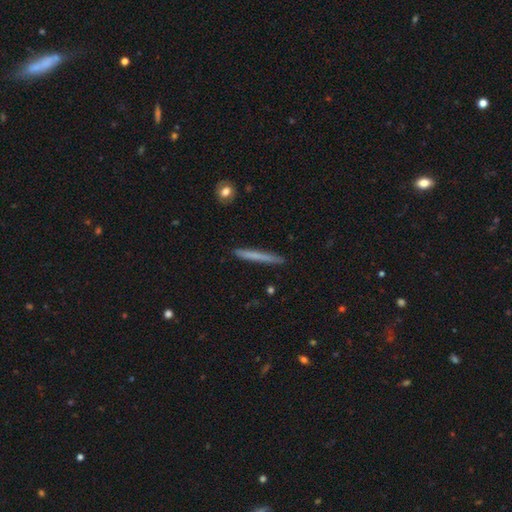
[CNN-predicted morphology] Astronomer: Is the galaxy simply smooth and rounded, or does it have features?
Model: smooth — 65%.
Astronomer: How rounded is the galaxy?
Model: cigar-shaped — 97%.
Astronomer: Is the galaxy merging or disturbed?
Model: none — 89%.